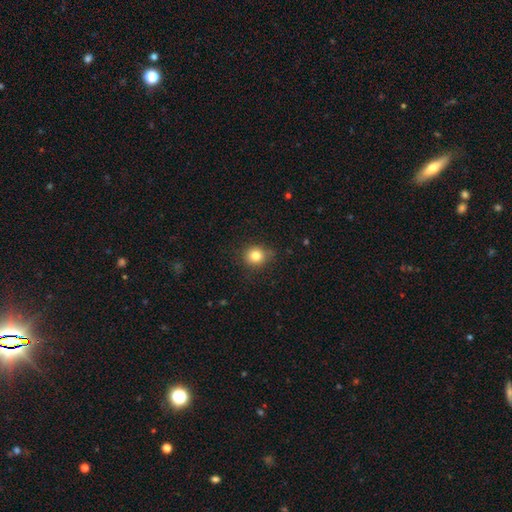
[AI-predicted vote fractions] Q: Smooth or featured?
A: smooth (81%); runner-up: star or artifact (12%)
Q: How rounded?
A: round (83%); runner-up: in between (16%)
Q: Merging?
A: none (80%); runner-up: minor disturbance (16%)